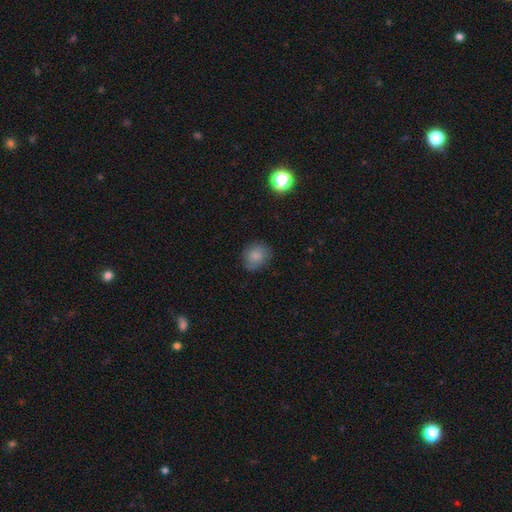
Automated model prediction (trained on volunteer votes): Smooth or featured?
  - smooth: 82% *
  - star or artifact: 10%
  - featured or disk: 8%
How rounded?
  - round: 66% *
  - in between: 33%
  - cigar-shaped: 1%
Merging?
  - none: 77% *
  - minor disturbance: 18%
  - major disturbance: 4%
  - merger: 1%